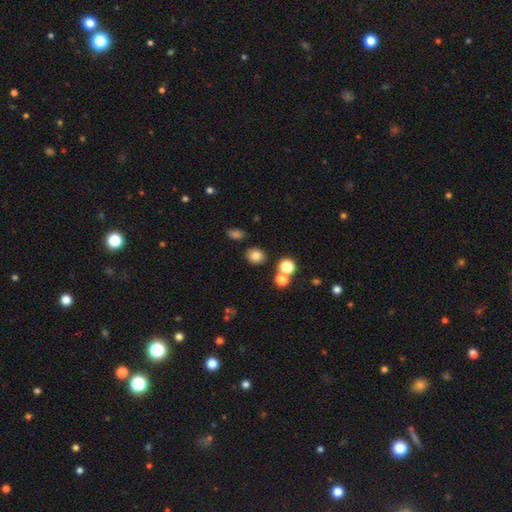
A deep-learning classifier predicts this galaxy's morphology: Q: Smooth or featured?
A: smooth (80%); runner-up: star or artifact (14%)
Q: How rounded?
A: round (67%); runner-up: in between (32%)
Q: Merging?
A: none (80%); runner-up: minor disturbance (9%)